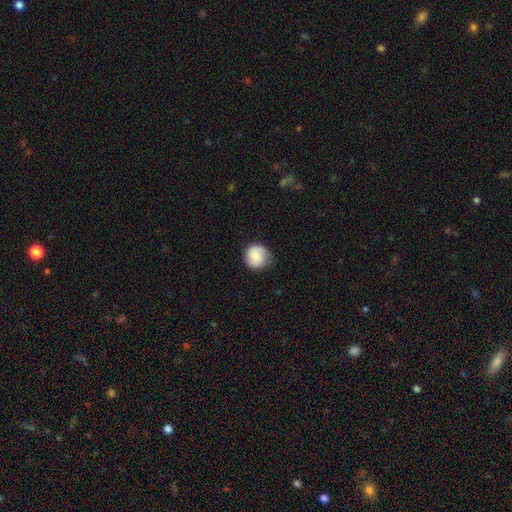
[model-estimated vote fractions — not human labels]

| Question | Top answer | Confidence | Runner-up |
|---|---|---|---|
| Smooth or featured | smooth | 69% | featured or disk (24%) |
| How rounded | round | 87% | in between (12%) |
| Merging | none | 71% | minor disturbance (22%) |